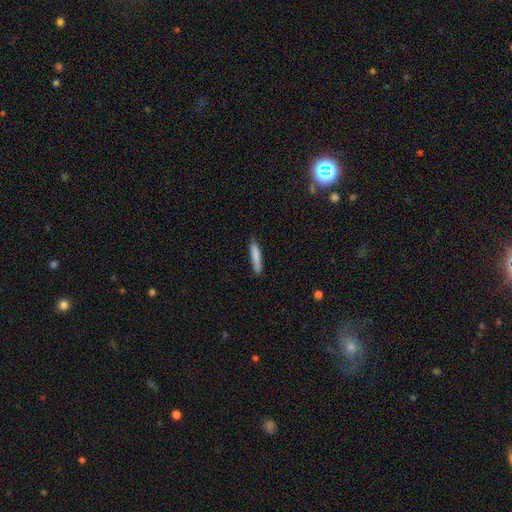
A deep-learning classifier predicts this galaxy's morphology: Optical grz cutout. It shows a smooth galaxy with no disk features (82%) that is cigar-shaped (88%). Merging: none (83%).